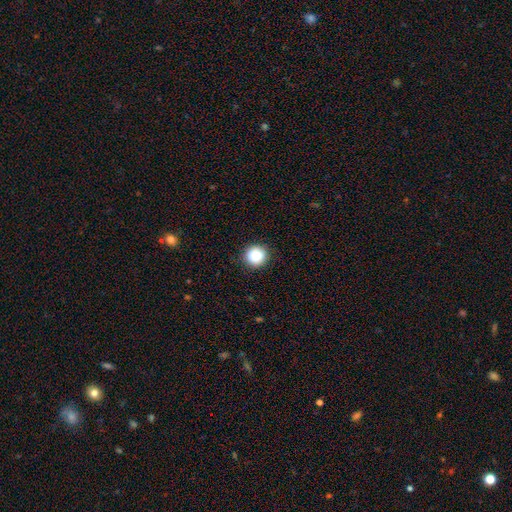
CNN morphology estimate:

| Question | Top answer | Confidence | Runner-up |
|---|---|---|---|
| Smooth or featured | smooth | 88% | star or artifact (9%) |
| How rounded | round | 93% | in between (6%) |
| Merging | none | 91% | minor disturbance (6%) |